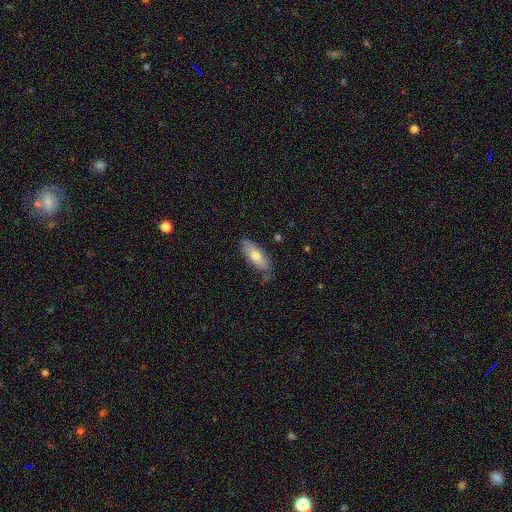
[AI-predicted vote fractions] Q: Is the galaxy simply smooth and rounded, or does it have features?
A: smooth — 69%.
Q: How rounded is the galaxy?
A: in between — 76%.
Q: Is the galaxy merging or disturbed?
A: none — 75%.